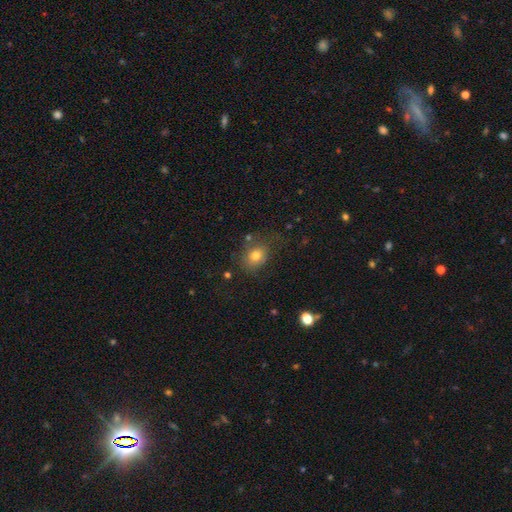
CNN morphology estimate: Overall: smooth (77%). How rounded: round (55%; in between 44%). Merging: none (69%).